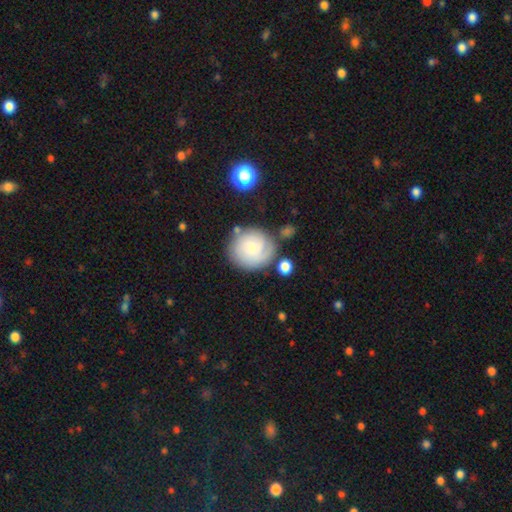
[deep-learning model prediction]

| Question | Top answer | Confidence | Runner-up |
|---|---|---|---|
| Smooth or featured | featured or disk | 47% | smooth (45%) |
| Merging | none | 69% | minor disturbance (17%) |